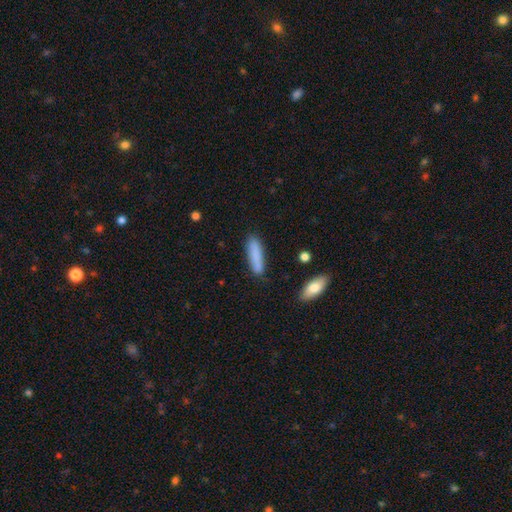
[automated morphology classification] Overall: smooth (85%). How rounded: cigar-shaped (73%). Merging: none (82%).